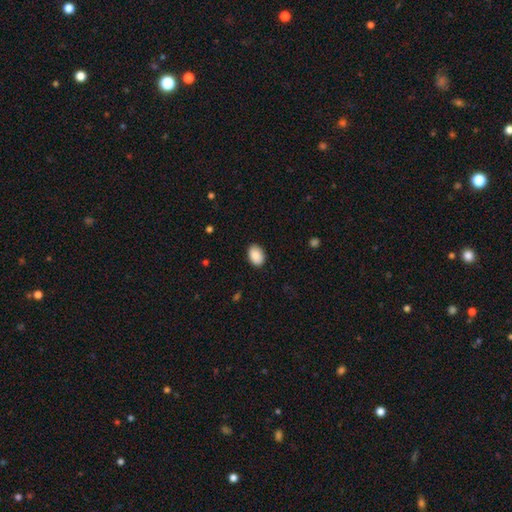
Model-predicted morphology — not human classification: Smooth or featured? smooth (90%)
How rounded? in between (84%)
Merging? none (88%)